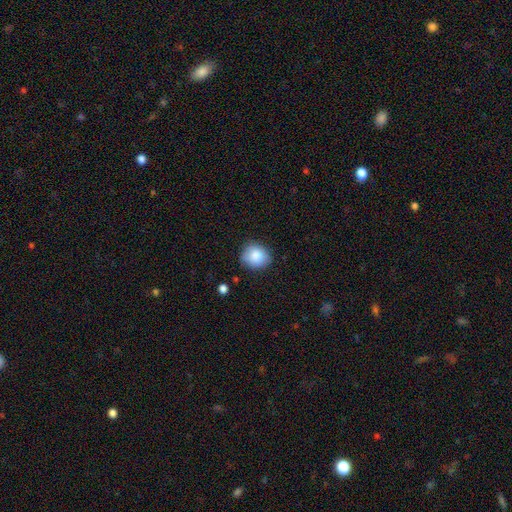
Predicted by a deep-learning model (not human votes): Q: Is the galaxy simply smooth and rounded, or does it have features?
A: smooth — 85%.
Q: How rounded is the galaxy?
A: round — 77%.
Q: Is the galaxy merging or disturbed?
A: none — 80%.